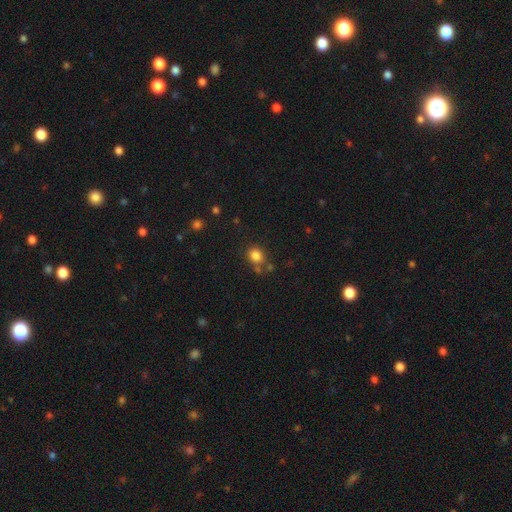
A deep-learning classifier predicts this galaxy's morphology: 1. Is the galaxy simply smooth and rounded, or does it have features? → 83% smooth, 12% star or artifact, 6% featured or disk.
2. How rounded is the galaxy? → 72% round, 27% in between, 1% cigar-shaped.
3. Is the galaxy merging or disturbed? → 68% none, 13% merger, 13% minor disturbance, 5% major disturbance.